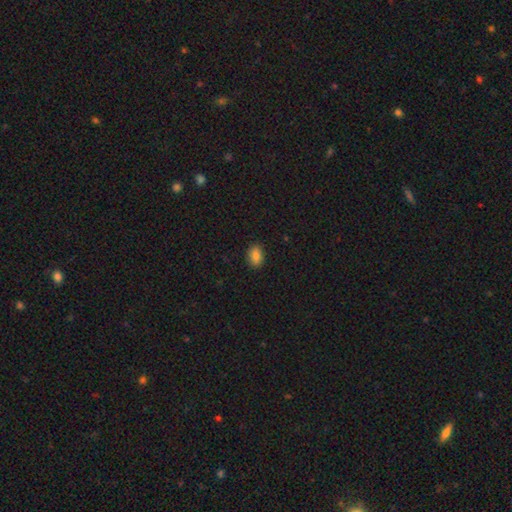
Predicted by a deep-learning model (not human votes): This appears to be a smooth galaxy with no disk features (86%) that is in between round and cigar-shaped (84%). Merging: none (89%).